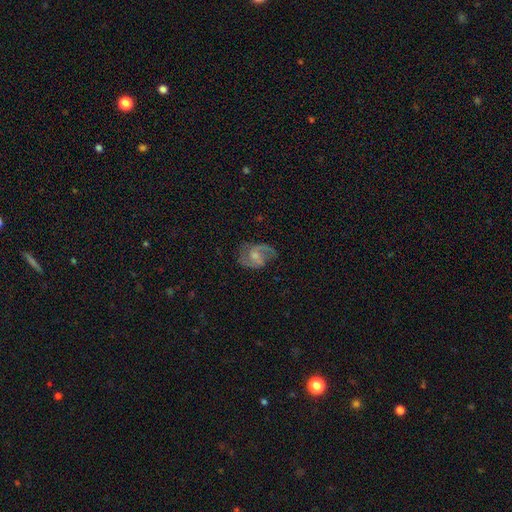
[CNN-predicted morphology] type=featured or disk (76%); edge-on=no (98%); bar=no (47%); spiral arms=yes (91%); winding=medium (51%); arm count=2 (83%); bulge=small (40%); merging=none (63%).